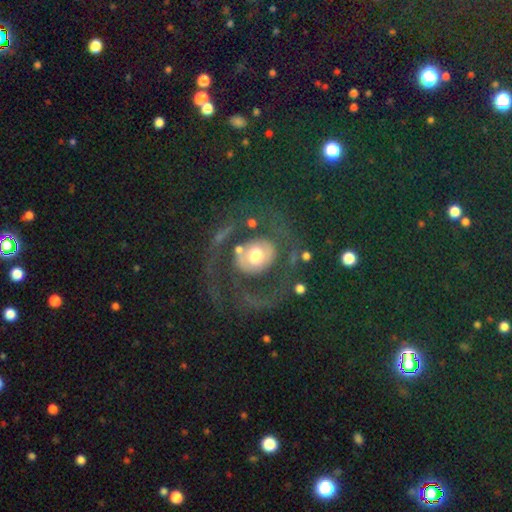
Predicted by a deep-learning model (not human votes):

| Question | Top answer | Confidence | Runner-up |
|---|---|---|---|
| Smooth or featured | featured or disk | 66% | smooth (27%) |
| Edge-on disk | no | 96% | yes (4%) |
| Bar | no | 79% | weak (14%) |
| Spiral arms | yes | 57% | no (43%) |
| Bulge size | moderate | 51% | large (36%) |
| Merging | none | 57% | major disturbance (24%) |